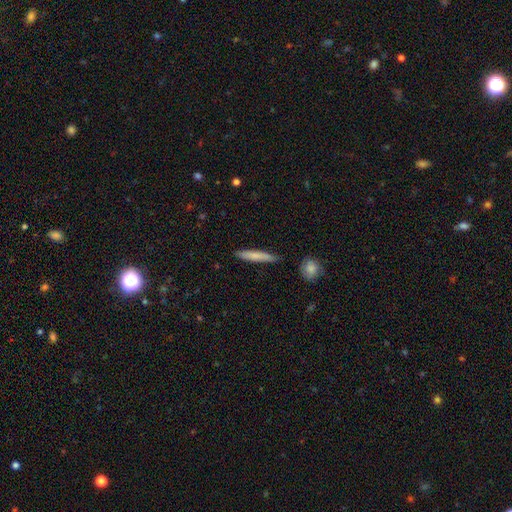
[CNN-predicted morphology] Overall: smooth (73%). How rounded: cigar-shaped (93%). Merging: none (86%).